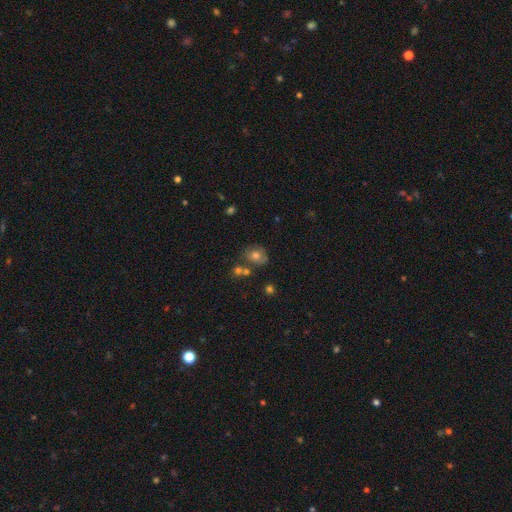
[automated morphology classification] Smooth or featured: smooth — 69% (featured or disk — 19%)
How rounded: round — 62% (in between — 37%)
Merging: none — 61% (minor disturbance — 17%)